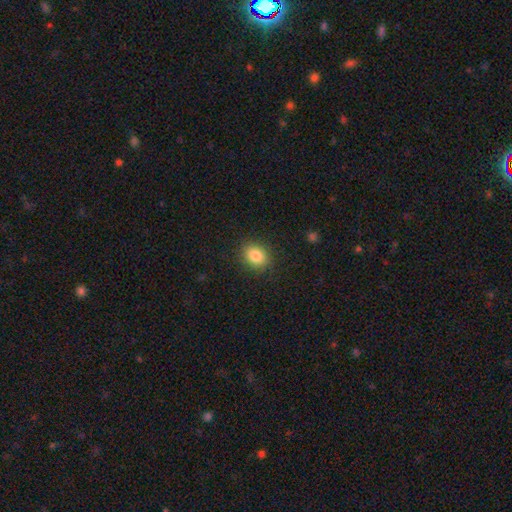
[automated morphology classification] A smooth galaxy with no disk features (84%) that is round (52%).

Vote fractions:
- Smooth or featured? smooth: 84% / star or artifact: 10% / featured or disk: 6%
- How rounded? round: 52% / in between: 47% / cigar-shaped: 1%
- Merging? none: 88% / minor disturbance: 8% / major disturbance: 3% / merger: 1%